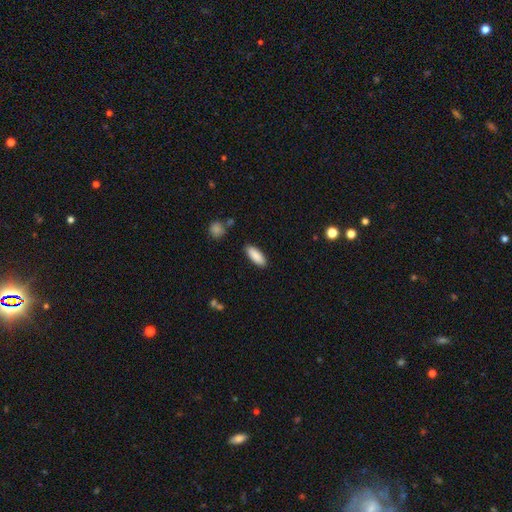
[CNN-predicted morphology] Smooth or featured?
  - smooth: 88% *
  - star or artifact: 6%
  - featured or disk: 5%
How rounded?
  - in between: 71% *
  - cigar-shaped: 27%
  - round: 2%
Merging?
  - none: 87% *
  - minor disturbance: 9%
  - major disturbance: 2%
  - merger: 2%